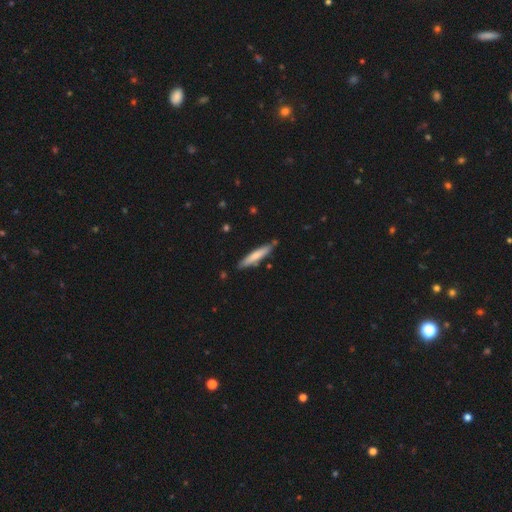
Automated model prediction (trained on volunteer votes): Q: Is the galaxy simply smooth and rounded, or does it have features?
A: smooth — 66%.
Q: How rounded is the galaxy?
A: cigar-shaped — 91%.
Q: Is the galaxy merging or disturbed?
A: none — 83%.